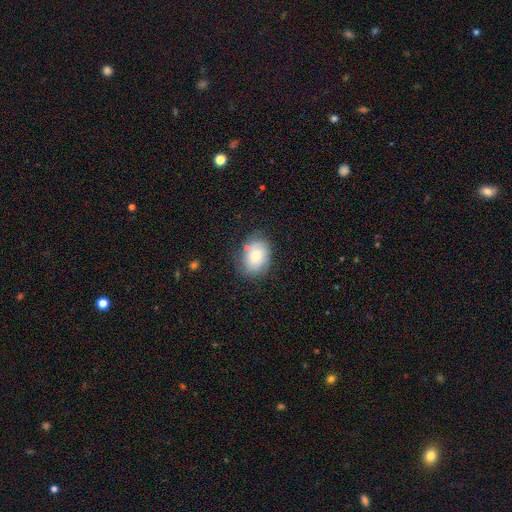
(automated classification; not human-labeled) Smooth or featured?
  - smooth: 73% *
  - featured or disk: 19%
  - star or artifact: 8%
How rounded?
  - in between: 68% *
  - round: 31%
  - cigar-shaped: 1%
Merging?
  - none: 70% *
  - minor disturbance: 21%
  - major disturbance: 6%
  - merger: 3%